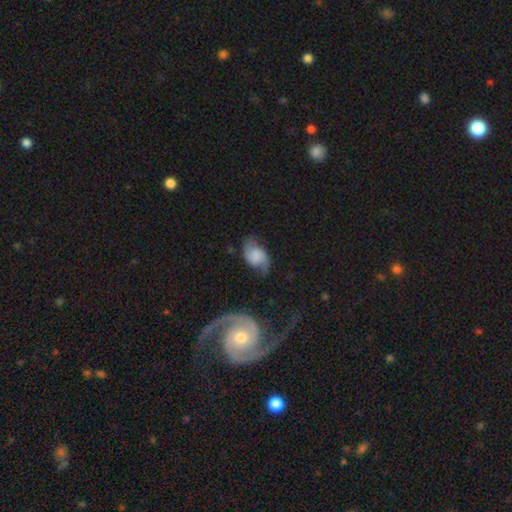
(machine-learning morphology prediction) This appears to be a featured or disk galaxy (57%) with no bar (61%), 2 (88%) loose (51%) spiral arms (92%) and no central bulge (45%). Merging: none (59%).